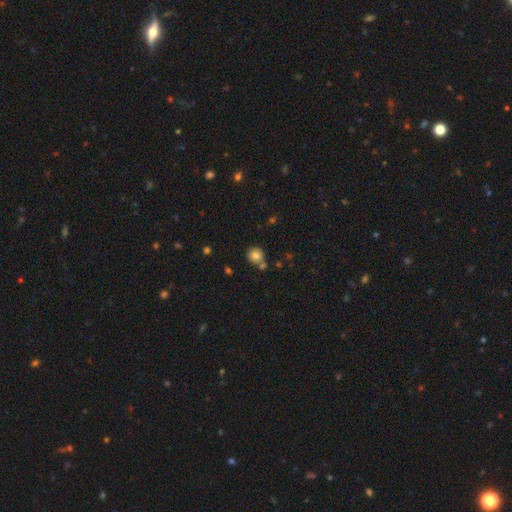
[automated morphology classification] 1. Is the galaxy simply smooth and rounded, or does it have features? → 81% smooth, 11% star or artifact, 8% featured or disk.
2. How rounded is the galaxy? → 89% round, 10% in between, 1% cigar-shaped.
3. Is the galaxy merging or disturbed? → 70% none, 16% merger, 11% minor disturbance, 3% major disturbance.